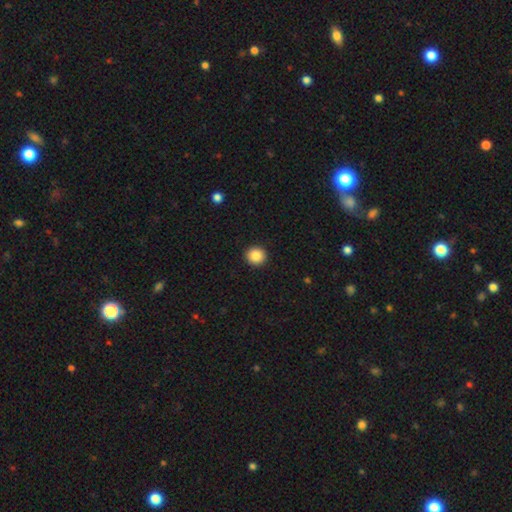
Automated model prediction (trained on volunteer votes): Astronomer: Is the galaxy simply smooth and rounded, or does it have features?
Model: smooth — 88%.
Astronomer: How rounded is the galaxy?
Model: round — 92%.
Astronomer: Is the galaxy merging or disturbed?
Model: none — 93%.